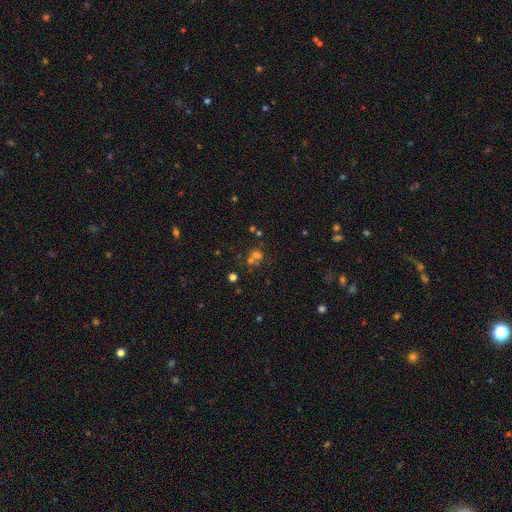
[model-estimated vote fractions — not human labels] A smooth galaxy with no disk features (47%).

Vote fractions:
- Smooth or featured? smooth: 47% / star or artifact: 38% / featured or disk: 15%
- Merging? none: 52% / merger: 34% / minor disturbance: 9% / major disturbance: 5%